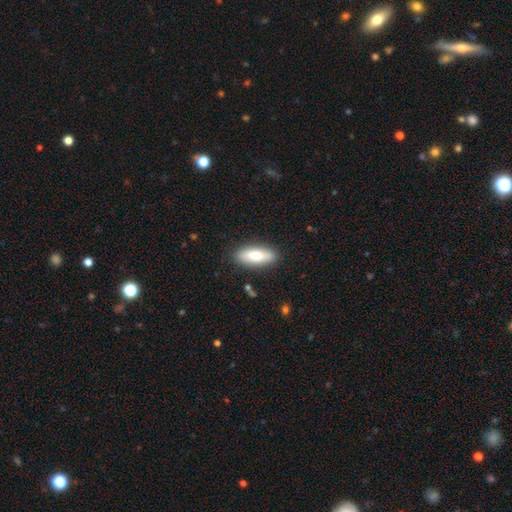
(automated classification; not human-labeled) Smooth or featured?
  - smooth: 77% *
  - featured or disk: 17%
  - star or artifact: 6%
How rounded?
  - in between: 70% *
  - cigar-shaped: 27%
  - round: 2%
Merging?
  - none: 86% *
  - minor disturbance: 10%
  - major disturbance: 2%
  - merger: 1%